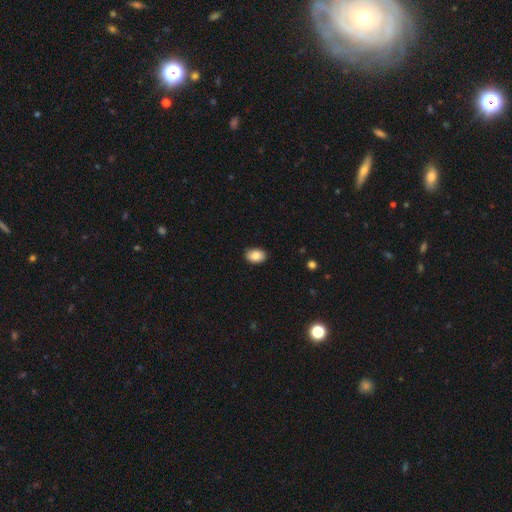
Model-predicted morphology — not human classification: smooth_or_featured: smooth (p=0.86) [alt: star or artifact p=0.07]
how_rounded: in between (p=0.84) [alt: round p=0.15]
merging: none (p=0.88) [alt: minor disturbance p=0.09]